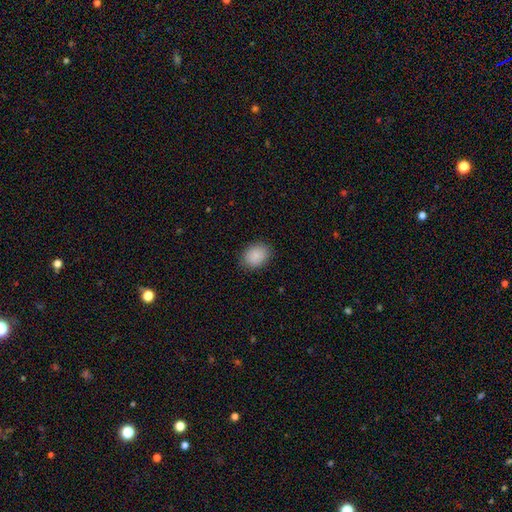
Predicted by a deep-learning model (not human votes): Q: Smooth or featured?
A: smooth (90%); runner-up: star or artifact (7%)
Q: How rounded?
A: in between (65%); runner-up: round (34%)
Q: Merging?
A: none (87%); runner-up: minor disturbance (10%)